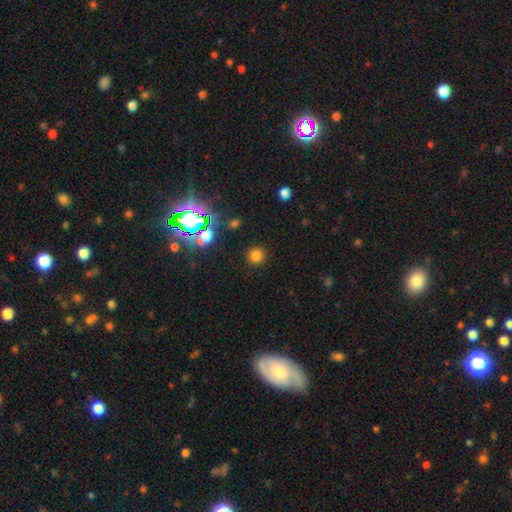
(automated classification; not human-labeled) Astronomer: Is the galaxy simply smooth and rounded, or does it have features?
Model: smooth — 74%.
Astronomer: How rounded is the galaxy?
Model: round — 93%.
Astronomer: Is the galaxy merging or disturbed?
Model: none — 89%.